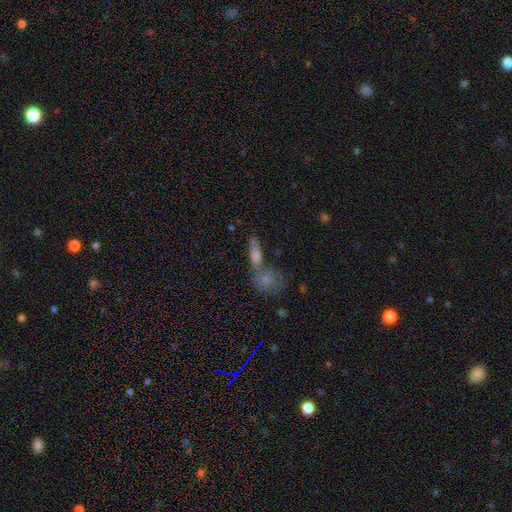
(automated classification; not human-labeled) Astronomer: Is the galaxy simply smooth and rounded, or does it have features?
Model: smooth — 56%.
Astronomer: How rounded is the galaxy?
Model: in between — 46% (runner-up: cigar-shaped, 45%).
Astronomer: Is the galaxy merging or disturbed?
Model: none — 46% (runner-up: merger, 40%).